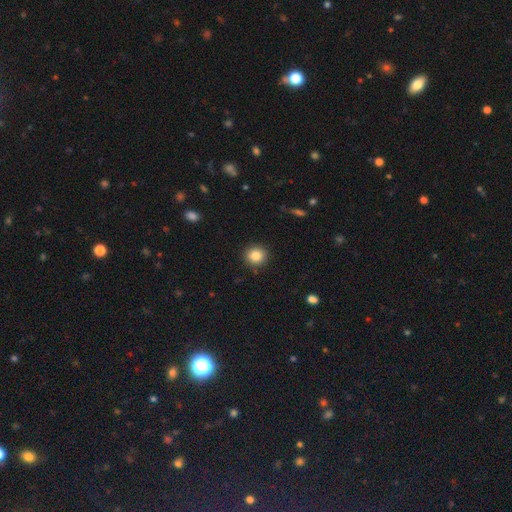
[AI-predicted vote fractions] Morphology: type=smooth (84%); roundness=round (92%); merging=none (91%).